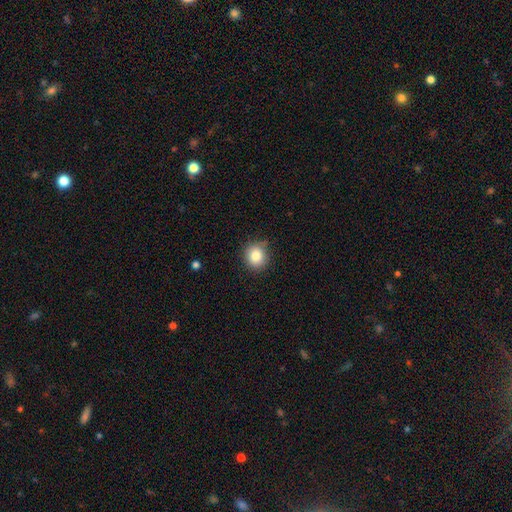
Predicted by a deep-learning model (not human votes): A smooth galaxy with no disk features (84%) that is round (84%).

Vote fractions:
- Smooth or featured? smooth: 84% / star or artifact: 10% / featured or disk: 6%
- How rounded? round: 84% / in between: 16% / cigar-shaped: 1%
- Merging? none: 82% / minor disturbance: 14% / major disturbance: 3% / merger: 2%